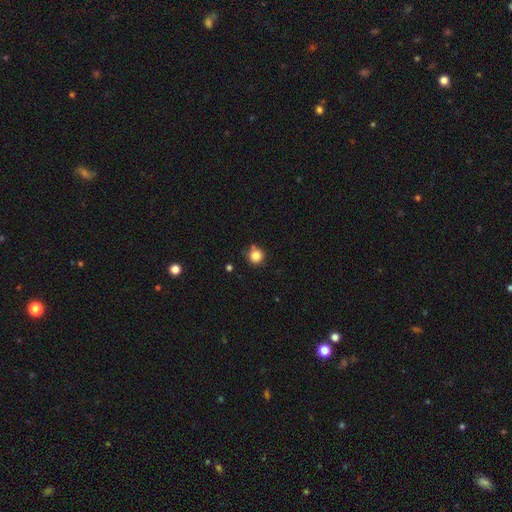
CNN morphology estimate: Smooth or featured? Predicted: smooth (p=0.84). How rounded? Predicted: round (p=0.93). Merging? Predicted: none (p=0.78).